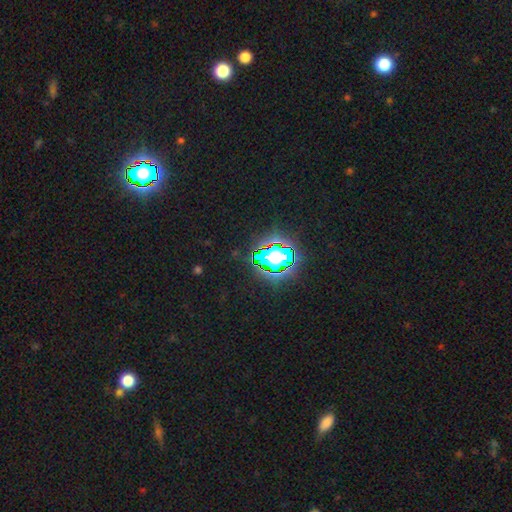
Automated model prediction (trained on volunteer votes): A star or artifact, not a galaxy (73%).

Vote fractions:
- Smooth or featured? star or artifact: 73% / smooth: 17% / featured or disk: 10%